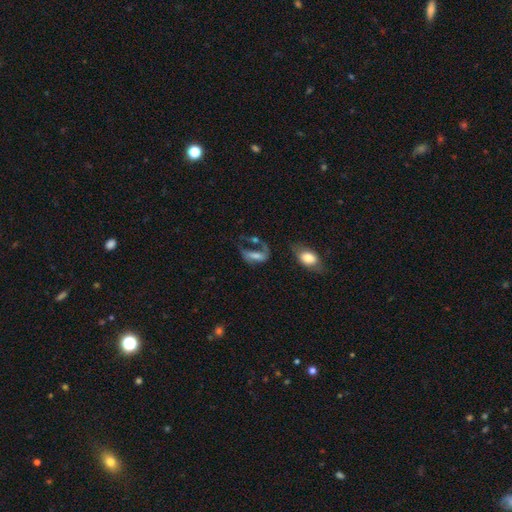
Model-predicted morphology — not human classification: type=featured or disk (46%); merging=major disturbance (39%).